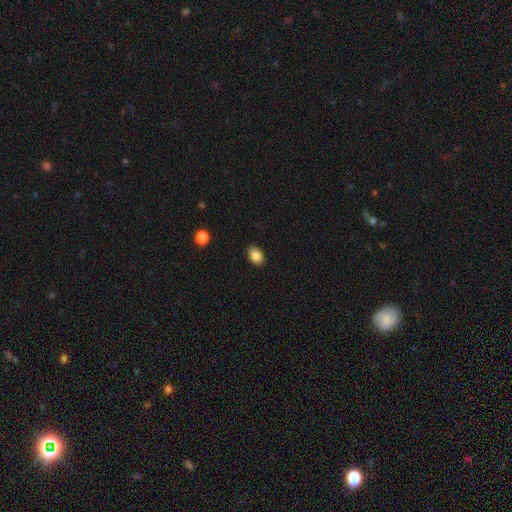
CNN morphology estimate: smooth_or_featured: smooth (p=0.86) [alt: star or artifact p=0.09]
how_rounded: in between (p=0.75) [alt: round p=0.24]
merging: none (p=0.86) [alt: minor disturbance p=0.11]